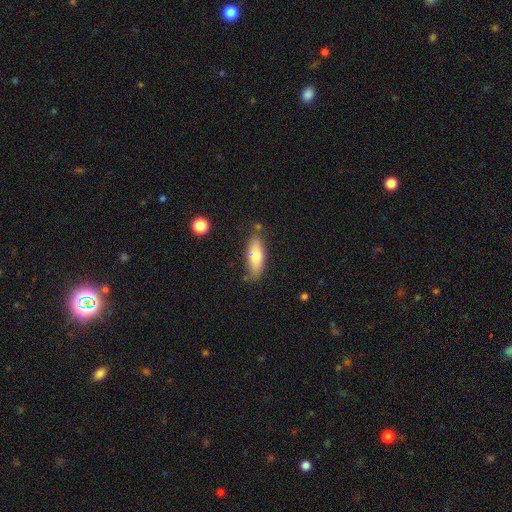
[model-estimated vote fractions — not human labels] A smooth galaxy with no disk features (72%) that is in between round and cigar-shaped (57%).

Vote fractions:
- Smooth or featured? smooth: 72% / featured or disk: 22% / star or artifact: 6%
- How rounded? in between: 57% / cigar-shaped: 41% / round: 2%
- Merging? none: 76% / minor disturbance: 16% / merger: 5% / major disturbance: 3%